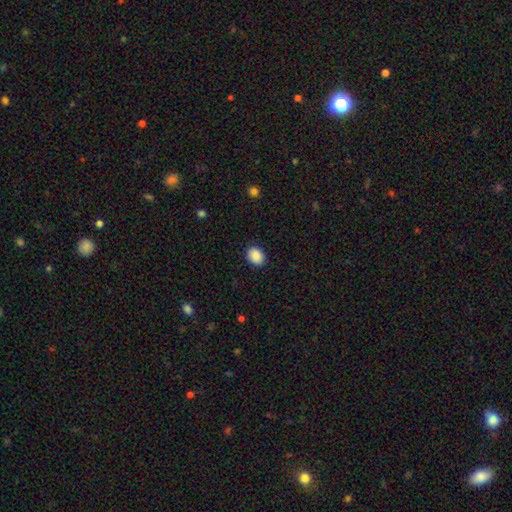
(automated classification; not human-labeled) Smooth or featured?
  - smooth: 89% *
  - star or artifact: 8%
  - featured or disk: 3%
How rounded?
  - in between: 52% *
  - round: 47%
  - cigar-shaped: 1%
Merging?
  - none: 90% *
  - minor disturbance: 7%
  - major disturbance: 2%
  - merger: 1%